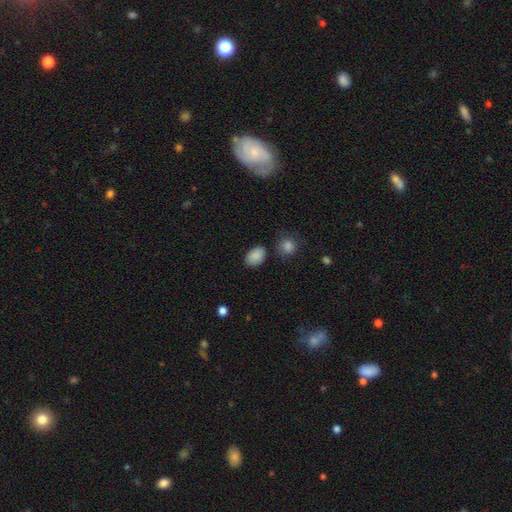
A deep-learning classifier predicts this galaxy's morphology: smooth_or_featured: smooth (p=0.87) [alt: star or artifact p=0.09]
how_rounded: in between (p=0.82) [alt: round p=0.17]
merging: none (p=0.78) [alt: minor disturbance p=0.14]